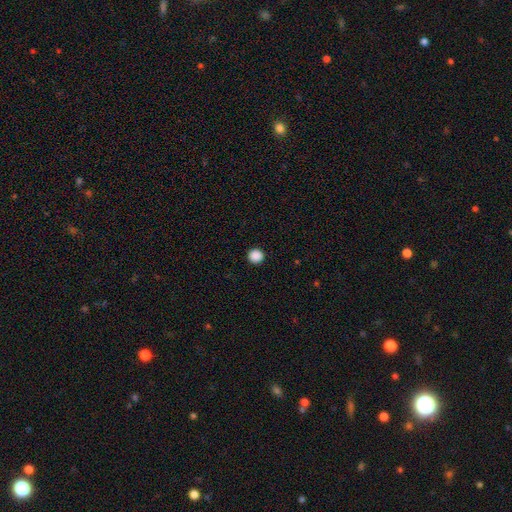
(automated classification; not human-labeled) Q: Smooth or featured?
A: smooth (88%); runner-up: star or artifact (10%)
Q: How rounded?
A: round (95%); runner-up: in between (4%)
Q: Merging?
A: none (94%); runner-up: minor disturbance (4%)